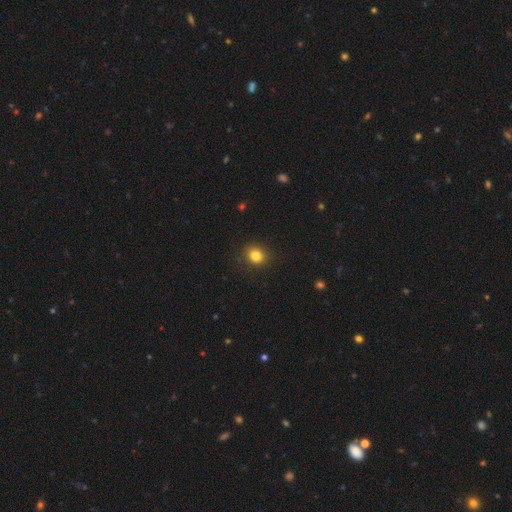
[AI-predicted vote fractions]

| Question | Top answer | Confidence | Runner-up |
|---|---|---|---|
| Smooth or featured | smooth | 83% | star or artifact (11%) |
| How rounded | round | 75% | in between (24%) |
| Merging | none | 89% | minor disturbance (8%) |